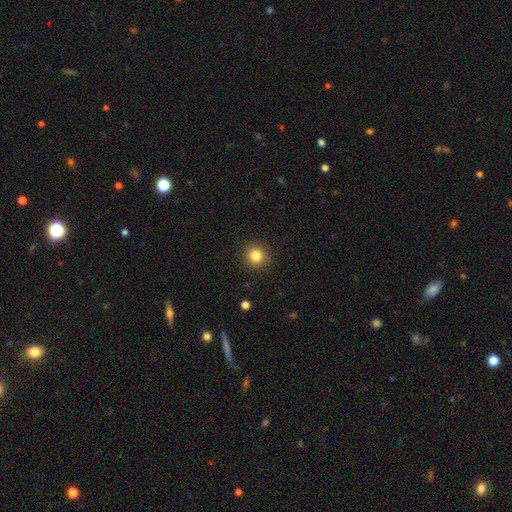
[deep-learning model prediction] Smooth or featured?
  - smooth: 83% *
  - star or artifact: 12%
  - featured or disk: 5%
How rounded?
  - round: 93% *
  - in between: 6%
  - cigar-shaped: 1%
Merging?
  - none: 92% *
  - minor disturbance: 5%
  - major disturbance: 2%
  - merger: 1%